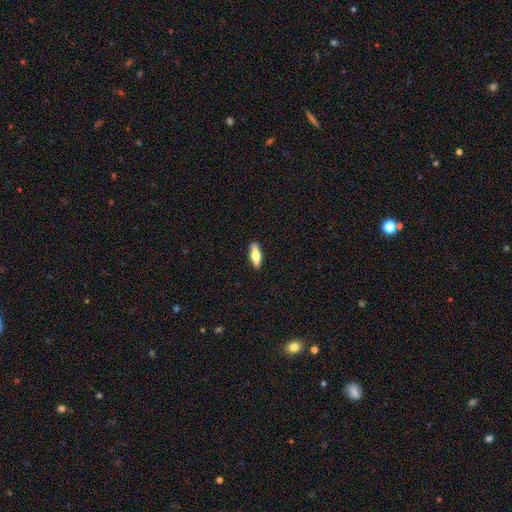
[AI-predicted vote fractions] This appears to be a smooth galaxy with no disk features (56%) that is in between round and cigar-shaped (54%). Merging: none (88%).